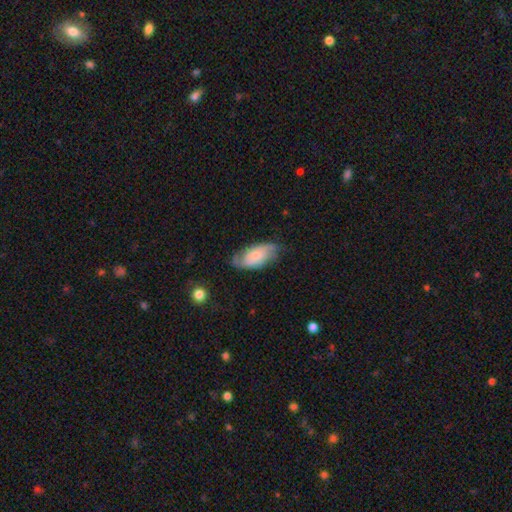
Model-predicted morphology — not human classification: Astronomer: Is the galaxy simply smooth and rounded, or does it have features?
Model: featured or disk — 50% (runner-up: smooth, 43%).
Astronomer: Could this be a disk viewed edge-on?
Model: no — 92%.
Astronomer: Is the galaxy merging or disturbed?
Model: none — 63%.